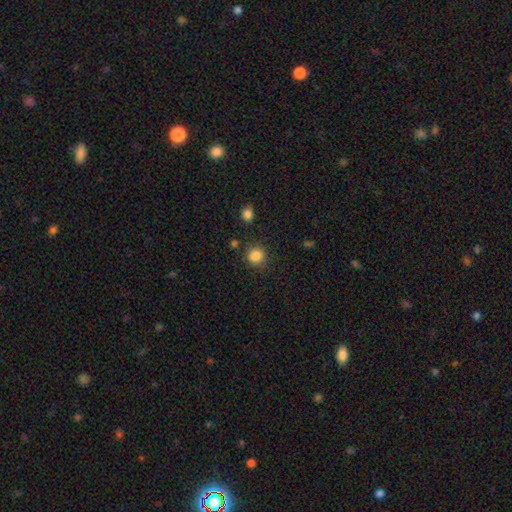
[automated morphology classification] A smooth galaxy with no disk features (86%) that is round (90%). Merging: none (85%).